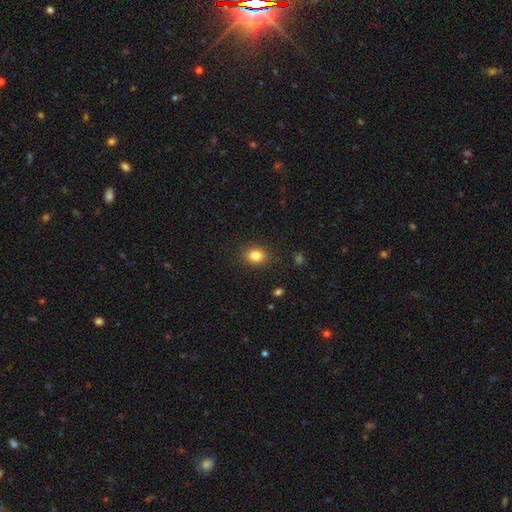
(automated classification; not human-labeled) A smooth galaxy with no disk features (84%) that is in between round and cigar-shaped (58%). Merging: none (88%).